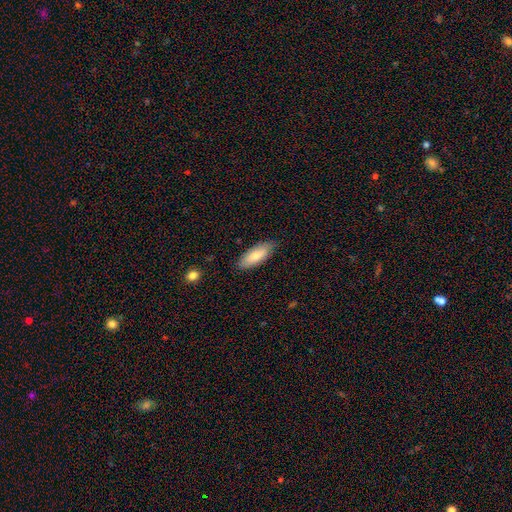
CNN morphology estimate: Smooth or featured: smooth — 77% (featured or disk — 17%)
How rounded: in between — 74% (cigar-shaped — 24%)
Merging: none — 83% (minor disturbance — 13%)